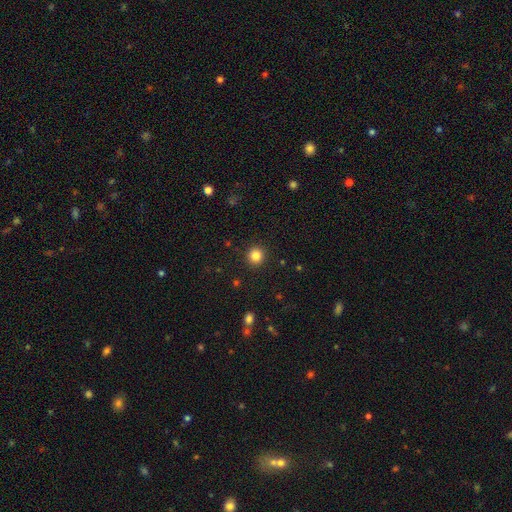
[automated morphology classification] Smooth or featured? smooth (84%)
How rounded? round (93%)
Merging? none (92%)